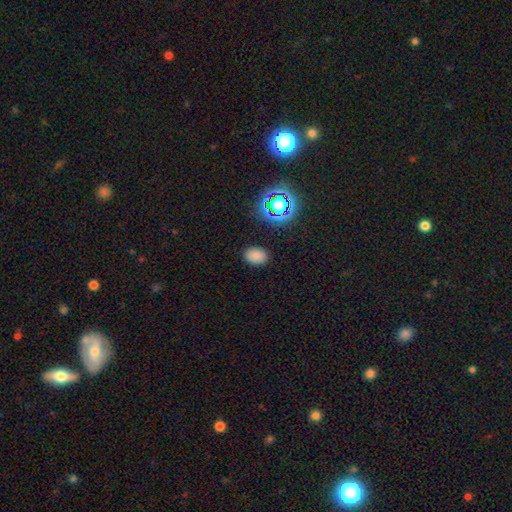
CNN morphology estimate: The model was most divided on "how rounded": in between: 80%, round: 19%, cigar-shaped: 1%. More confident: merging — none (87%); smooth or featured — smooth (79%).